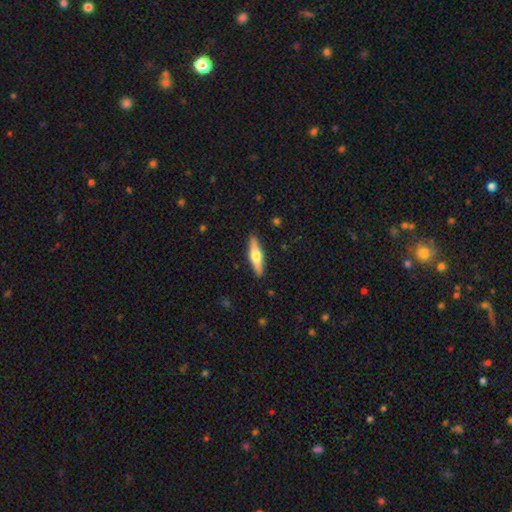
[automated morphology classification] smooth_or_featured: smooth (p=0.48) [alt: featured or disk p=0.47]
merging: none (p=0.90) [alt: minor disturbance p=0.07]